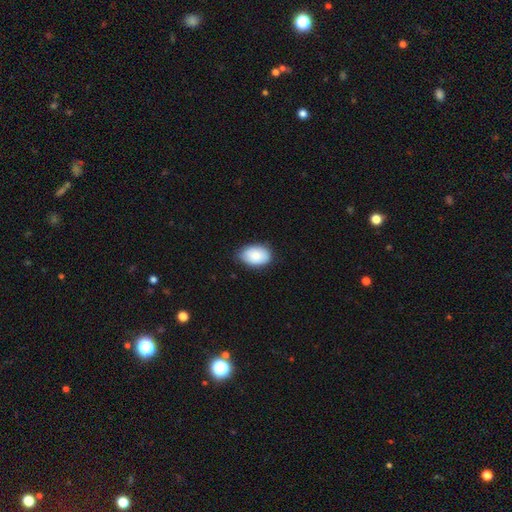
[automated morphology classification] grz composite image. It shows a smooth galaxy with no disk features (86%) that is in between round and cigar-shaped (88%). Merging: none (77%).